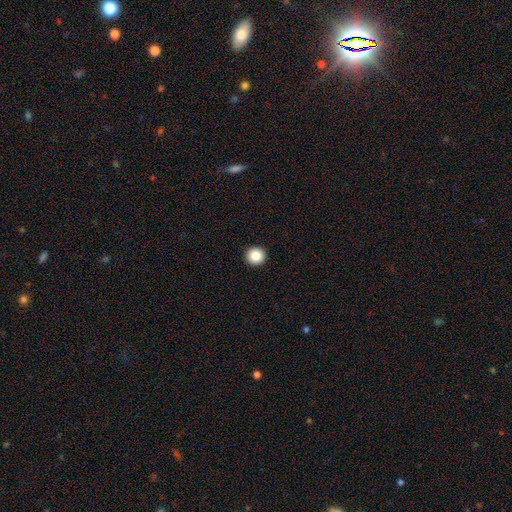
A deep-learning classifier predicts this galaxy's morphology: Q: Smooth or featured?
A: smooth (87%); runner-up: star or artifact (9%)
Q: How rounded?
A: round (96%); runner-up: in between (3%)
Q: Merging?
A: none (94%); runner-up: minor disturbance (4%)